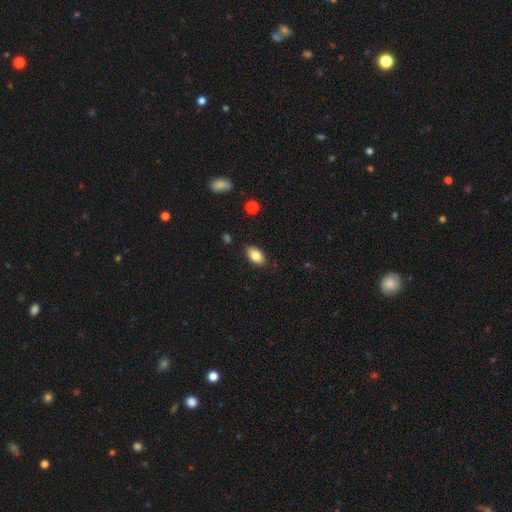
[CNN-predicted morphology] Smooth or featured? smooth (83%)
How rounded? in between (91%)
Merging? none (85%)